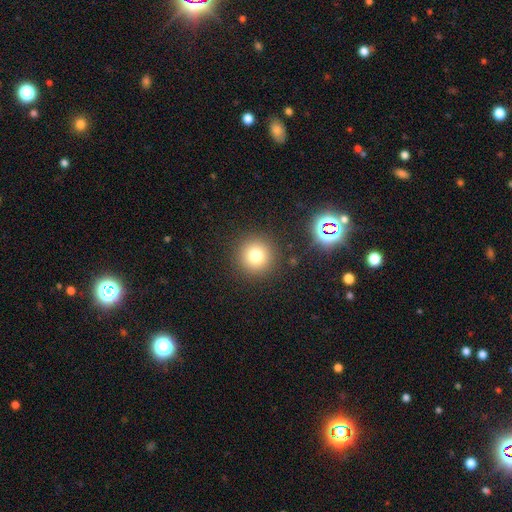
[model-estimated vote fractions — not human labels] Smooth or featured? Predicted: smooth (p=0.76). How rounded? Predicted: round (p=0.95). Merging? Predicted: none (p=0.89).